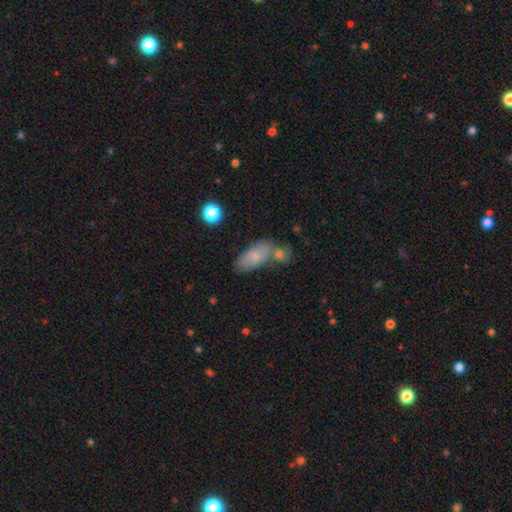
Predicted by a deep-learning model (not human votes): A smooth galaxy with no disk features (74%) that is in between round and cigar-shaped (87%).

Vote fractions:
- Smooth or featured? smooth: 74% / featured or disk: 18% / star or artifact: 8%
- How rounded? in between: 87% / cigar-shaped: 9% / round: 4%
- Merging? none: 48% / merger: 29% / minor disturbance: 17% / major disturbance: 6%